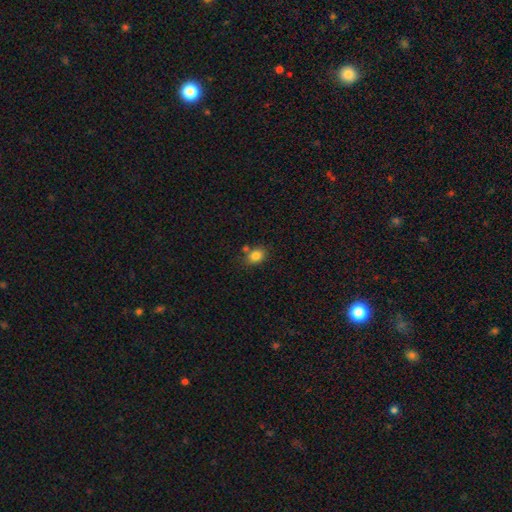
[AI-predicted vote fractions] This is clearly a smooth galaxy (84%). How rounded: possibly in between (54%). Merging: likely none (69%).